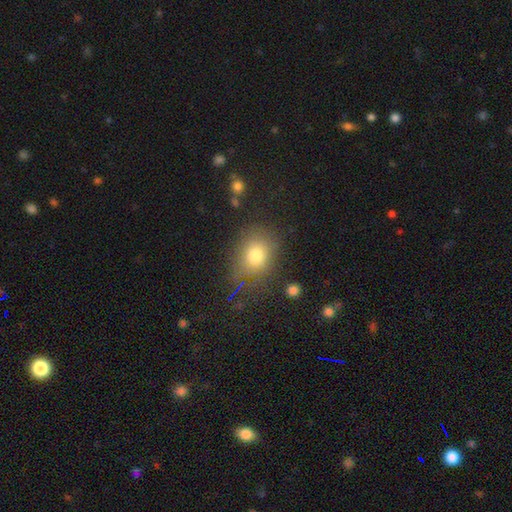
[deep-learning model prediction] smooth-or-featured: smooth: 75% | star or artifact: 14% | featured or disk: 11%
  how-rounded: round: 53% | in between: 46% | cigar-shaped: 1%
  merging: none: 72% | minor disturbance: 18% | major disturbance: 8% | merger: 3%